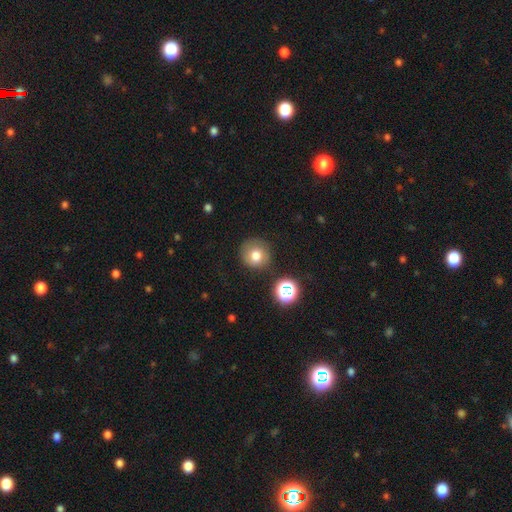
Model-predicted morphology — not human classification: Overall: smooth (75%). How rounded: round (92%). Merging: none (81%).